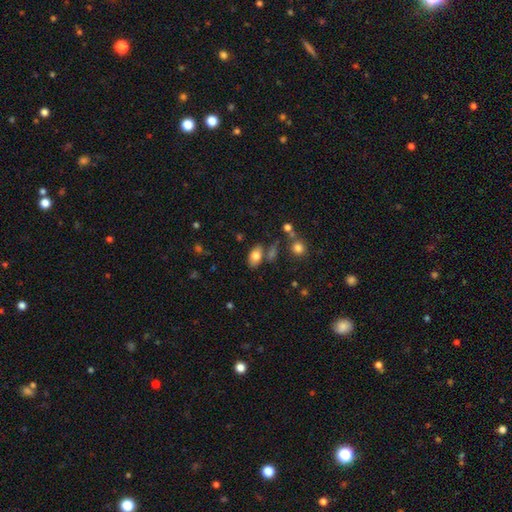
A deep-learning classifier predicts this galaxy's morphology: Overall: smooth (78%). How rounded: in between (90%). Merging: none (68%).